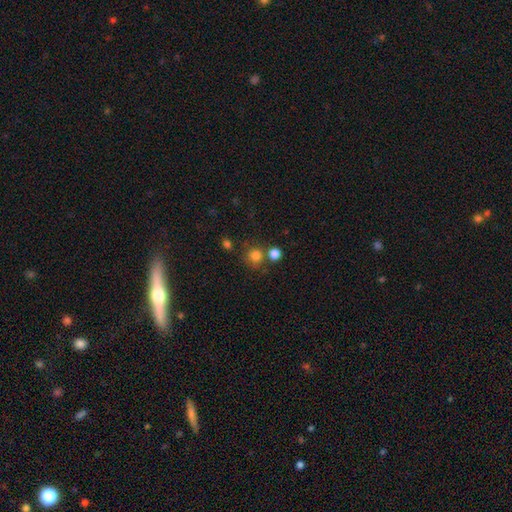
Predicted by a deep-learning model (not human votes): smooth 80%, star or artifact 13%, featured or disk 6%. Down the decision tree: how rounded — round (90%); merging — none (67%).